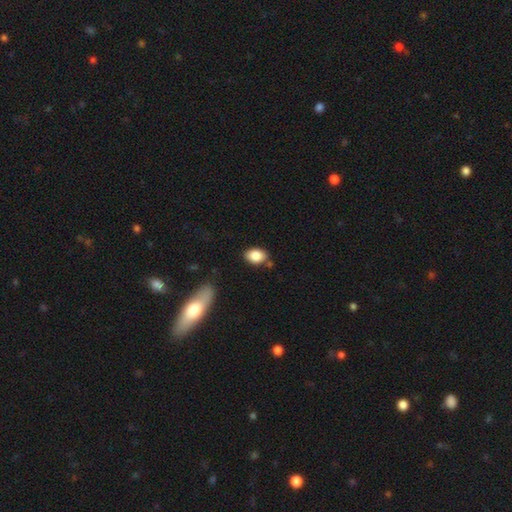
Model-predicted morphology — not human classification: A smooth galaxy with no disk features (85%) that is in between round and cigar-shaped (81%). Merging: none (74%).